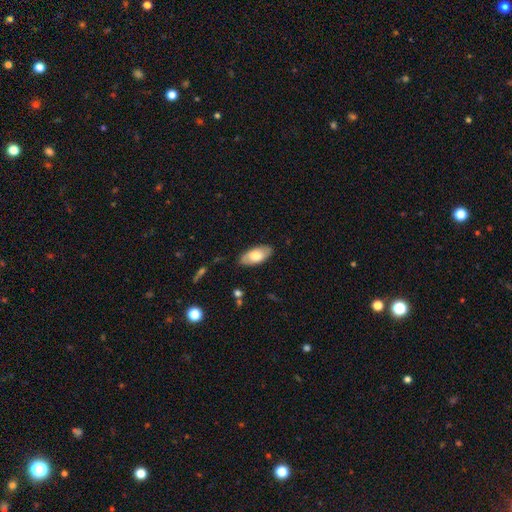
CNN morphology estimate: Smooth or featured? Predicted: smooth (p=0.73). How rounded? Predicted: in between (p=0.91). Merging? Predicted: none (p=0.86).